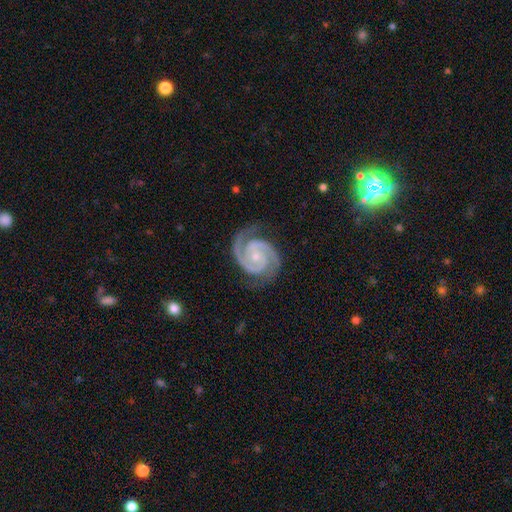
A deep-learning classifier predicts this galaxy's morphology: Smooth or featured? Predicted: featured or disk (p=0.94). Edge-on disk? Predicted: no (p=0.98). Bar? Predicted: no (p=0.66). Spiral arms? Predicted: yes (p=0.99). Spiral winding? Predicted: tight (p=0.64). Spiral arm count? Predicted: 2 (p=0.92). Bulge size? Predicted: small (p=0.72). Merging? Predicted: none (p=0.81).